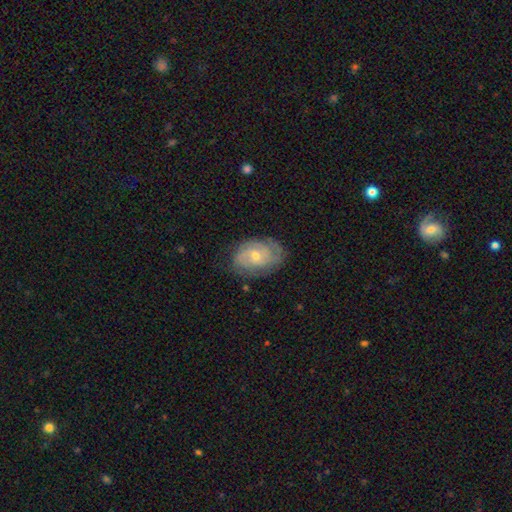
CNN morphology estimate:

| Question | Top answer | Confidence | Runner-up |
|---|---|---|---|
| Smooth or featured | featured or disk | 67% | smooth (26%) |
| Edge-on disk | no | 96% | yes (4%) |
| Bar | no | 73% | weak (23%) |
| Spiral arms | yes | 86% | no (14%) |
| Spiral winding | tight | 60% | medium (30%) |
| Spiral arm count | can't tell | 40% | 2 (33%) |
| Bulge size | small | 53% | moderate (43%) |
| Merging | none | 71% | minor disturbance (21%) |